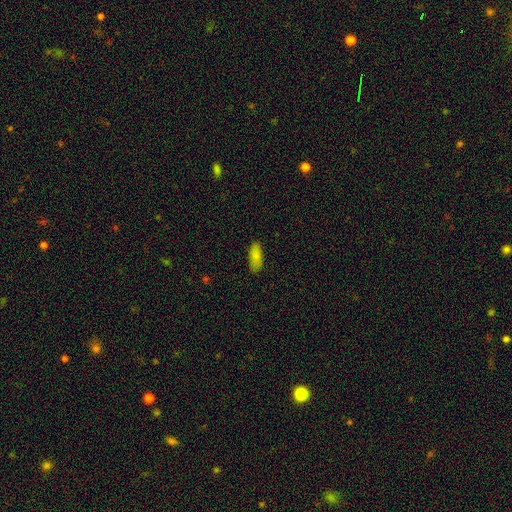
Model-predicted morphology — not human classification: smooth-or-featured: smooth: 85% | featured or disk: 8% | star or artifact: 8%
  how-rounded: in between: 78% | cigar-shaped: 20% | round: 2%
  merging: none: 85% | minor disturbance: 12% | major disturbance: 2% | merger: 1%